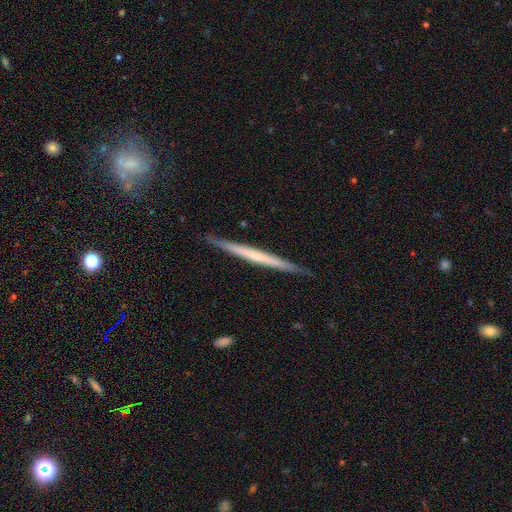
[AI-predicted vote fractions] Smooth or featured? Predicted: featured or disk (p=0.60). Edge-on disk? Predicted: yes (p=0.97). Edge-on bulge? Predicted: none (p=0.78). Merging? Predicted: none (p=0.89).